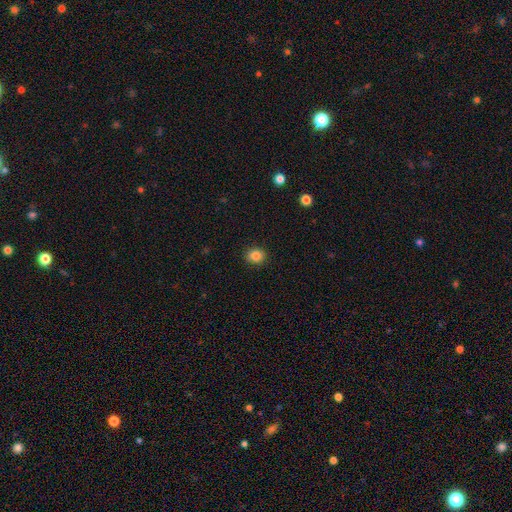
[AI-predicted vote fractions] A smooth galaxy with no disk features (84%) that is round (71%). Merging: none (90%).